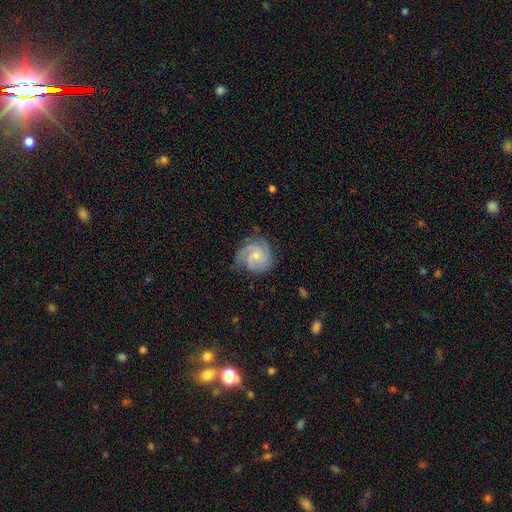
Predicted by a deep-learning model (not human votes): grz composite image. It shows a featured or disk galaxy (70%) with no bar (71%), 2 (32%) tight (54%) spiral arms (93%) and a small central bulge (59%). Merging: none (66%).